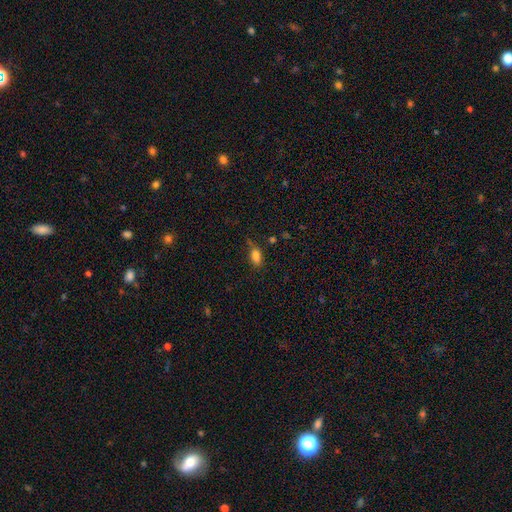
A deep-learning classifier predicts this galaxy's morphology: type=smooth (82%); roundness=in between (86%); merging=none (65%).